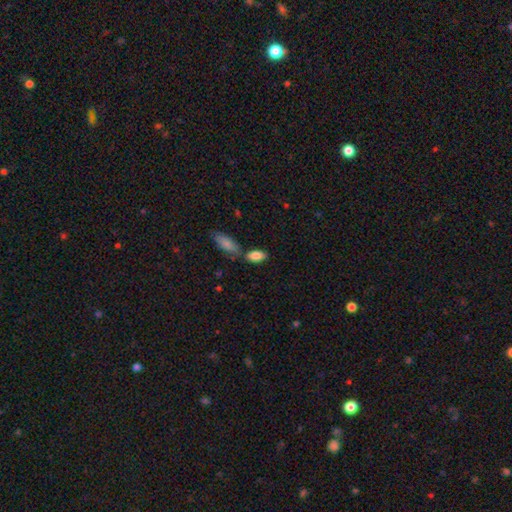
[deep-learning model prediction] Smooth or featured?
  - smooth: 85% *
  - featured or disk: 8%
  - star or artifact: 7%
How rounded?
  - in between: 88% *
  - cigar-shaped: 9%
  - round: 3%
Merging?
  - none: 64% *
  - merger: 17%
  - minor disturbance: 15%
  - major disturbance: 4%